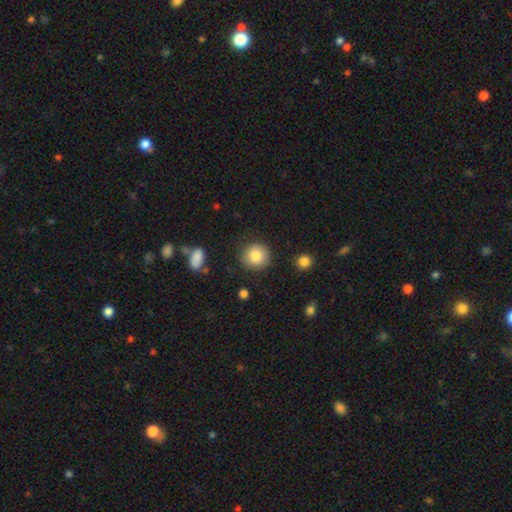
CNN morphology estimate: A smooth galaxy with no disk features (85%) that is round (90%).

Vote fractions:
- Smooth or featured? smooth: 85% / star or artifact: 8% / featured or disk: 7%
- How rounded? round: 90% / in between: 9% / cigar-shaped: 1%
- Merging? none: 85% / minor disturbance: 10% / major disturbance: 3% / merger: 2%